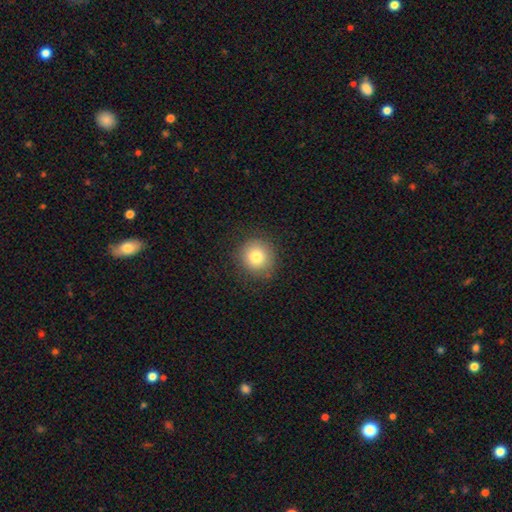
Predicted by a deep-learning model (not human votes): Overall: smooth (80%). How rounded: round (93%). Merging: none (87%).